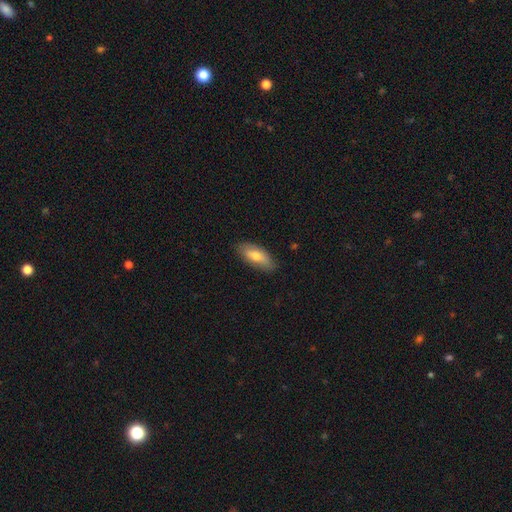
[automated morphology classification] Smooth or featured?
  - smooth: 73% *
  - featured or disk: 21%
  - star or artifact: 6%
How rounded?
  - in between: 79% *
  - cigar-shaped: 19%
  - round: 2%
Merging?
  - none: 82% *
  - minor disturbance: 15%
  - major disturbance: 2%
  - merger: 1%